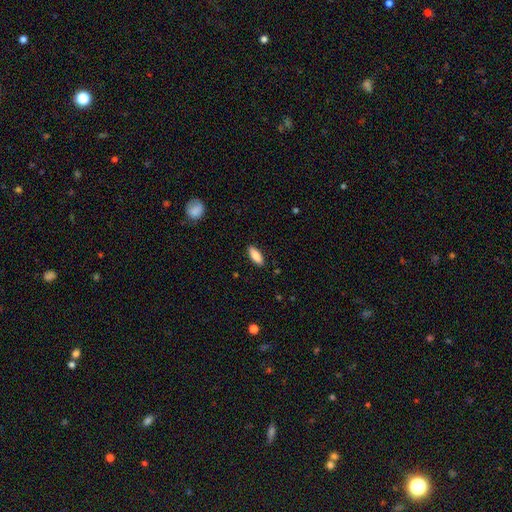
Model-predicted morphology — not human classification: Smooth or featured? Predicted: smooth (p=0.85). How rounded? Predicted: in between (p=0.73). Merging? Predicted: none (p=0.88).